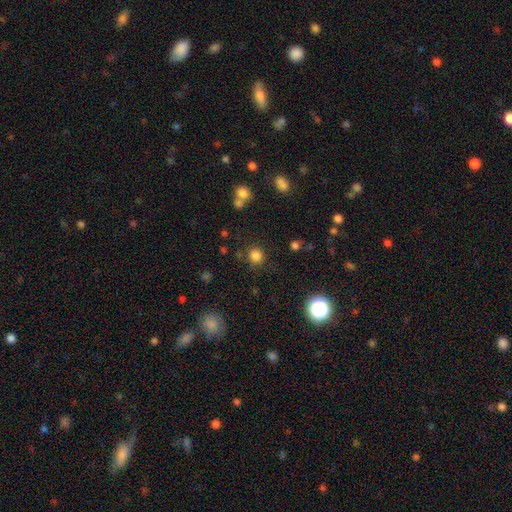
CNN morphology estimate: Overall: smooth (82%). How rounded: round (90%). Merging: none (83%).